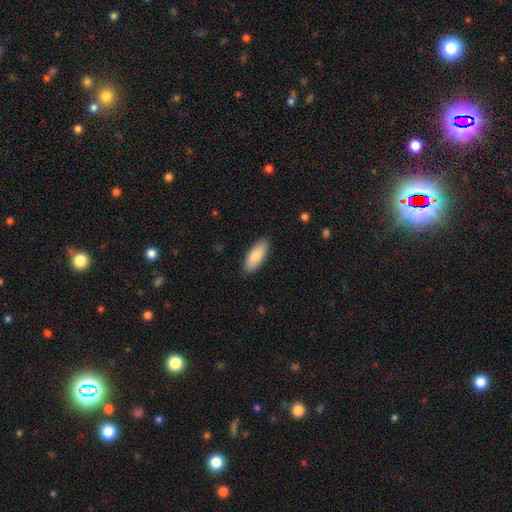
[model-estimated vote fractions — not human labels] Morphology: type=smooth (84%); roundness=in between (77%); merging=none (87%).